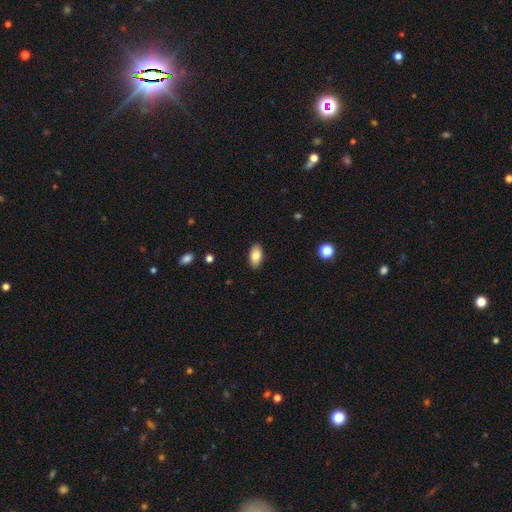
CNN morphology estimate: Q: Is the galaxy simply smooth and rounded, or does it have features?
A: smooth — 82%.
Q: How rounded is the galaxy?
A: in between — 93%.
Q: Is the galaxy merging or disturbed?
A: none — 89%.